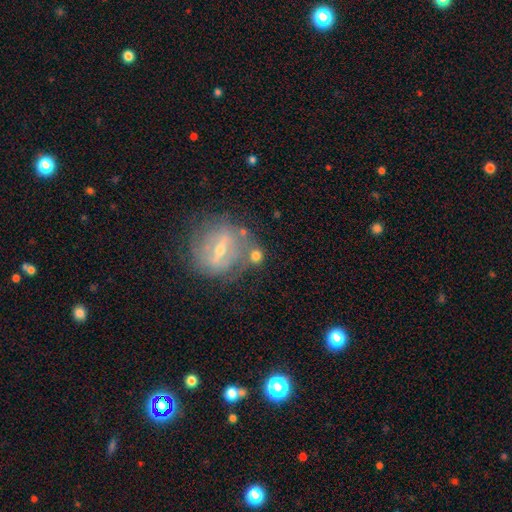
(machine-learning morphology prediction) A featured or disk galaxy (45%). Merging: none (61%).